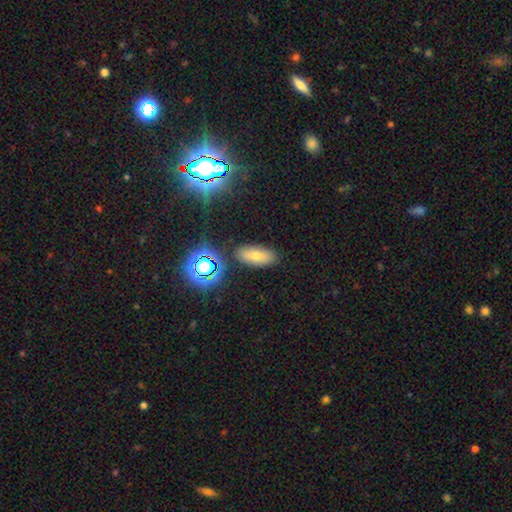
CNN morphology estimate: Smooth or featured? smooth (53%)
How rounded? in between (84%)
Merging? none (86%)